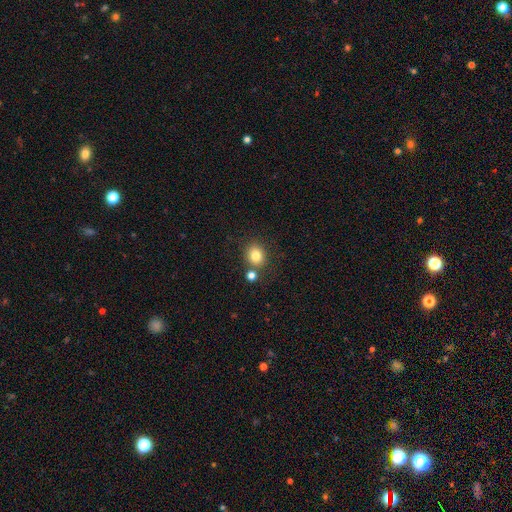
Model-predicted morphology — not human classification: Overall: smooth (81%). How rounded: round (69%; in between 30%). Merging: none (74%).